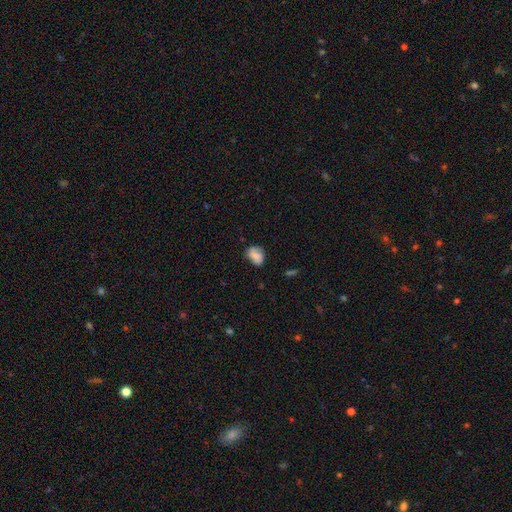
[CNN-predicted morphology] type=smooth (72%); roundness=in between (65%); merging=none (52%).